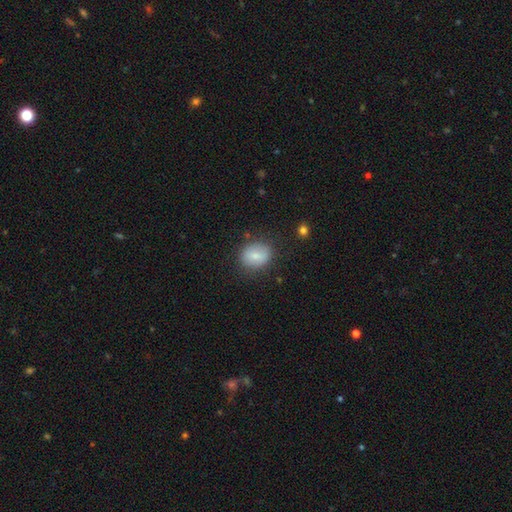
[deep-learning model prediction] A smooth galaxy with no disk features (77%) that is in between round and cigar-shaped (51%).

Vote fractions:
- Smooth or featured? smooth: 77% / featured or disk: 15% / star or artifact: 8%
- How rounded? in between: 51% / round: 48% / cigar-shaped: 1%
- Merging? none: 80% / minor disturbance: 14% / major disturbance: 4% / merger: 2%